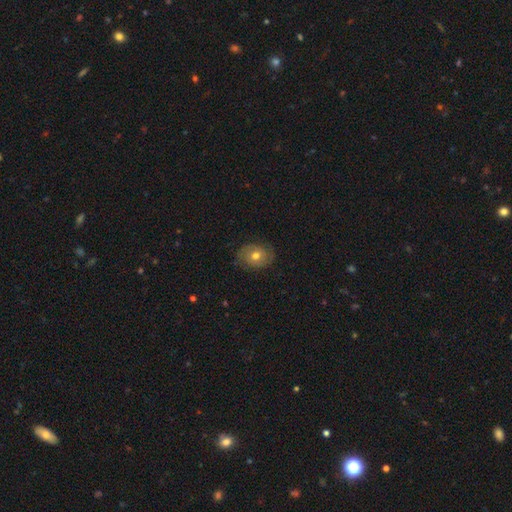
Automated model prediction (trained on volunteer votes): The model was most divided on "how rounded": in between: 57%, round: 42%, cigar-shaped: 1%. More confident: merging — none (79%); smooth or featured — smooth (56%).